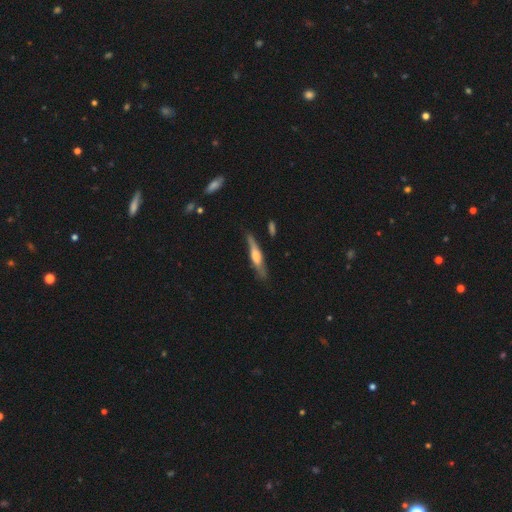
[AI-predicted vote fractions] This is possibly a featured or disk galaxy (59%). It is clearly viewed edge-on (88%). Edge-on bulge: likely rounded (71%). Merging: likely none (74%).